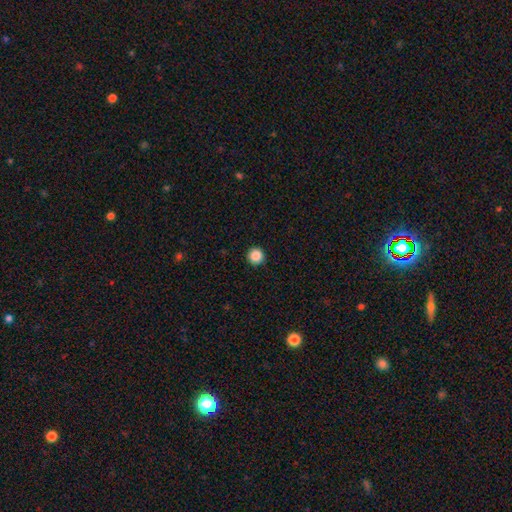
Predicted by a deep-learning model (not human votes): smooth_or_featured: smooth (p=0.87) [alt: star or artifact p=0.10]
how_rounded: round (p=0.96) [alt: in between p=0.03]
merging: none (p=0.93) [alt: minor disturbance p=0.05]